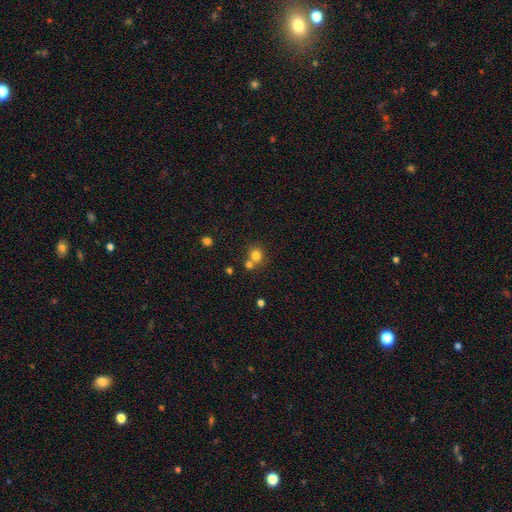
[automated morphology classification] smooth_or_featured: smooth (p=0.78) [alt: star or artifact p=0.14]
how_rounded: round (p=0.83) [alt: in between p=0.16]
merging: none (p=0.54) [alt: merger p=0.36]